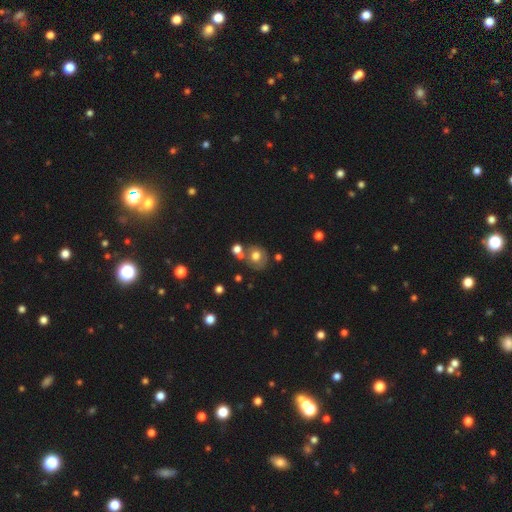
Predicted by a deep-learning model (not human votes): A smooth galaxy with no disk features (65%) that is round (75%).

Vote fractions:
- Smooth or featured? smooth: 65% / featured or disk: 23% / star or artifact: 13%
- How rounded? round: 75% / in between: 24% / cigar-shaped: 1%
- Merging? none: 59% / merger: 20% / minor disturbance: 15% / major disturbance: 6%